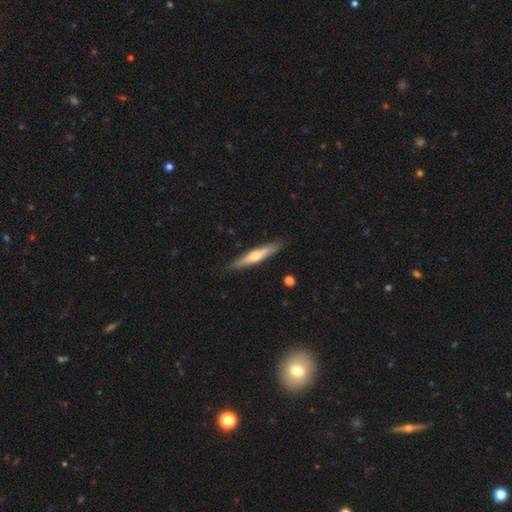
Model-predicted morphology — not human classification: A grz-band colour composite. It shows a featured or disk galaxy (51%) viewed edge-on (94%). Merging: none (88%).